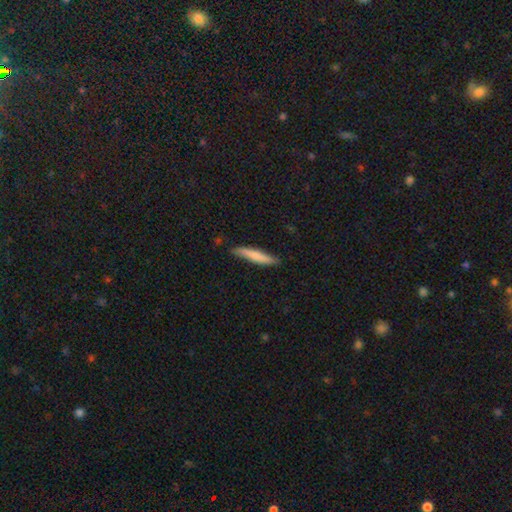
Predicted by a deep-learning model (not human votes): Morphology: type=smooth (73%); roundness=cigar-shaped (92%); merging=none (81%).